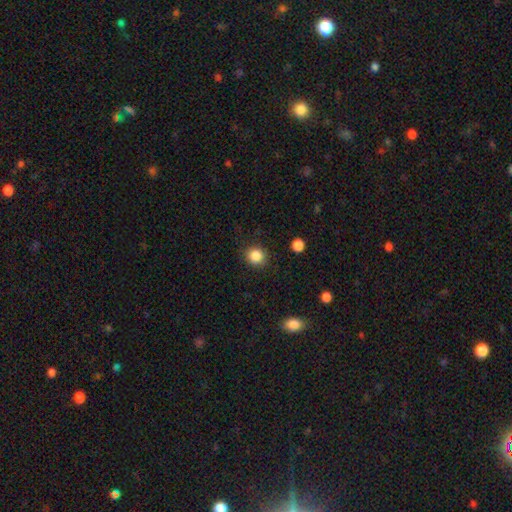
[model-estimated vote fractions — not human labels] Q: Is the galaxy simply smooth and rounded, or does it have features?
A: smooth — 86%.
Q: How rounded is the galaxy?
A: round — 86%.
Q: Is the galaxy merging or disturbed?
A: none — 87%.